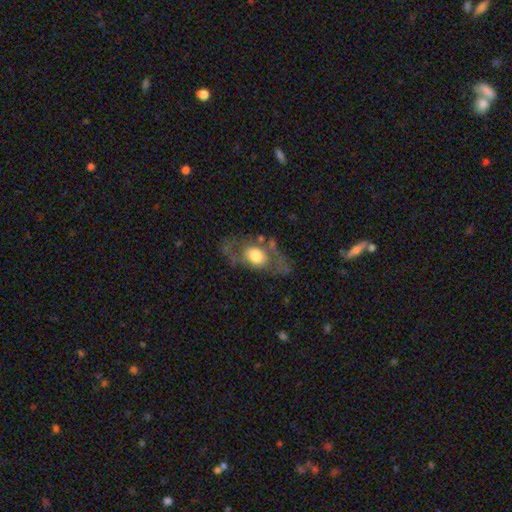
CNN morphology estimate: smooth-or-featured: featured or disk: 53% | smooth: 41% | star or artifact: 6%
  disk-edge-on: no: 87% | yes: 13%
  merging: none: 57% | minor disturbance: 20% | major disturbance: 19% | merger: 4%